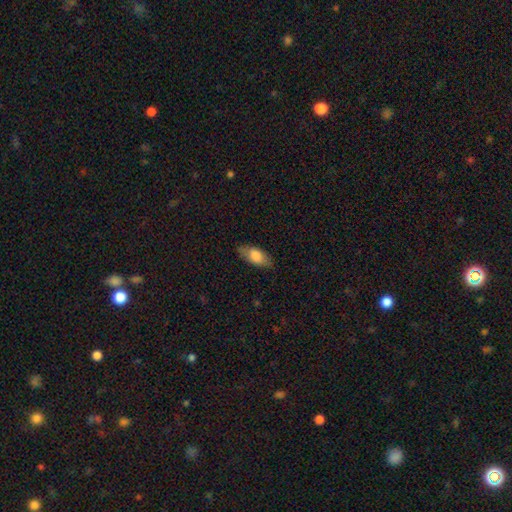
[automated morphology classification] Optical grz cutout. It shows a smooth galaxy with no disk features (76%) that is in between round and cigar-shaped (87%). Merging: none (76%).